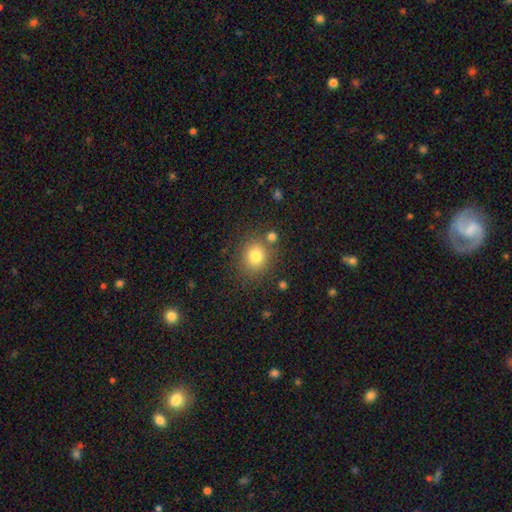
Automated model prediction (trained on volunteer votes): A smooth galaxy with no disk features (80%) that is round (78%). Merging: none (78%).